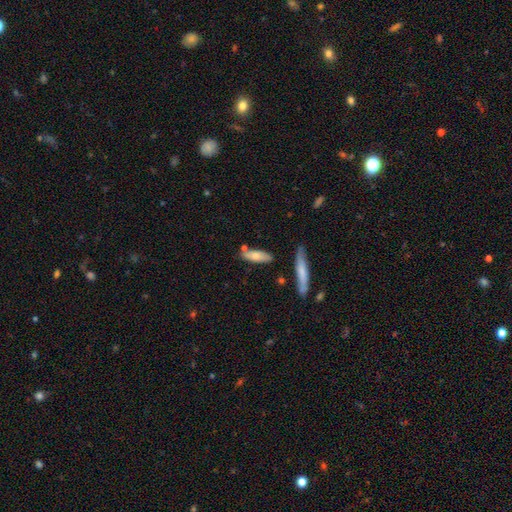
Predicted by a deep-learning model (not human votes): Smooth or featured?
  - smooth: 72% *
  - featured or disk: 22%
  - star or artifact: 6%
How rounded?
  - cigar-shaped: 51% *
  - in between: 47%
  - round: 2%
Merging?
  - none: 70% *
  - minor disturbance: 16%
  - merger: 10%
  - major disturbance: 4%